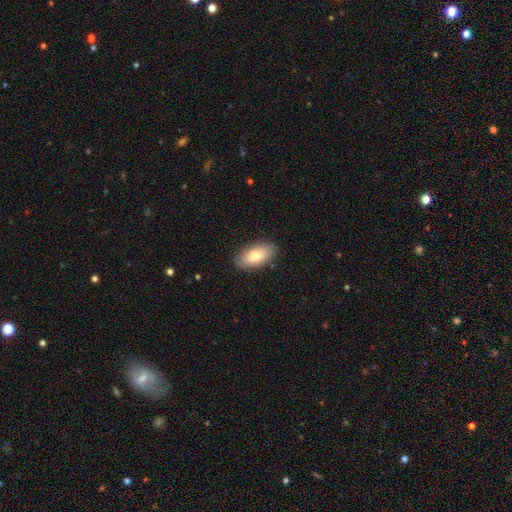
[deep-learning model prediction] Smooth or featured? Predicted: smooth (p=0.76). How rounded? Predicted: in between (p=0.94). Merging? Predicted: none (p=0.84).